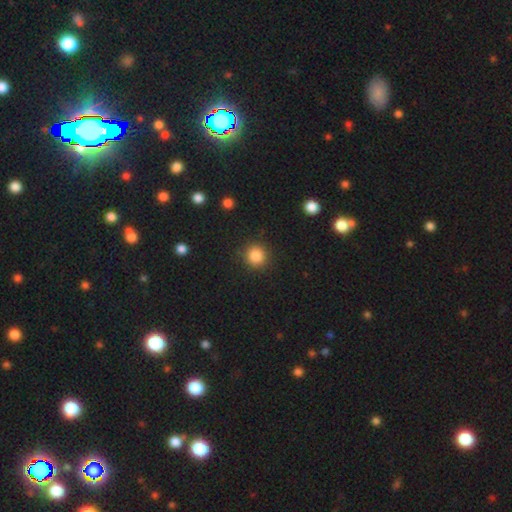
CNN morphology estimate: The model was most divided on "smooth or featured": smooth: 85%, star or artifact: 11%, featured or disk: 4%. More confident: how rounded — round (92%); merging — none (89%).